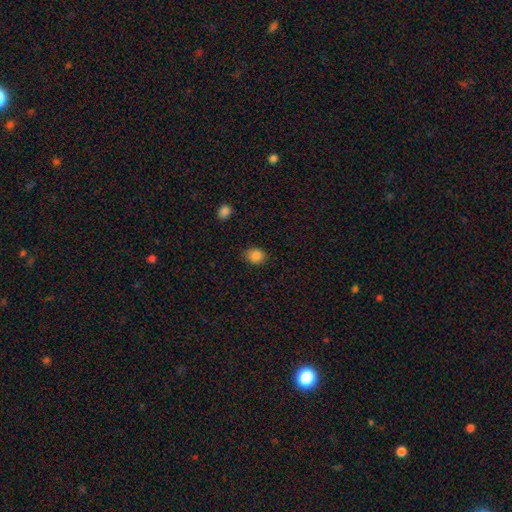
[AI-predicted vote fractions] Morphology: type=smooth (86%); roundness=round (64%); merging=none (84%).